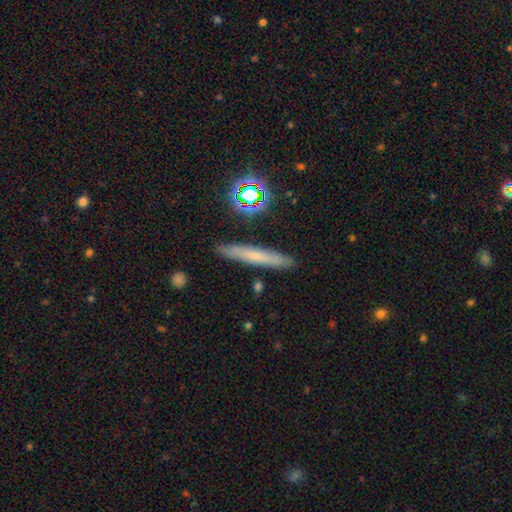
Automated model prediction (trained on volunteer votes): The model was most divided on "smooth or featured": smooth: 57%, featured or disk: 30%, star or artifact: 13%. More confident: how rounded — cigar-shaped (92%); merging — none (87%).